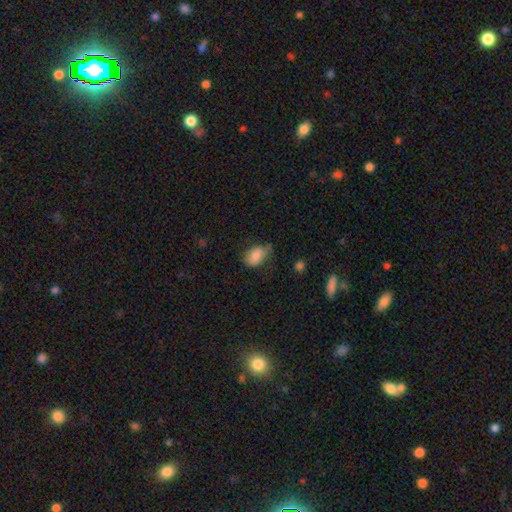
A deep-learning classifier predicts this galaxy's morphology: Smooth or featured? smooth (82%)
How rounded? in between (83%)
Merging? none (51%)